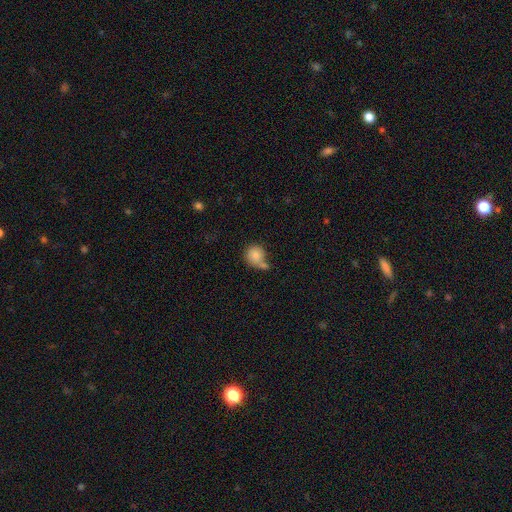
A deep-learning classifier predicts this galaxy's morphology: smooth_or_featured: smooth (p=0.82) [alt: featured or disk p=0.10]
how_rounded: round (p=0.84) [alt: in between p=0.15]
merging: none (p=0.41) [alt: merger p=0.37]